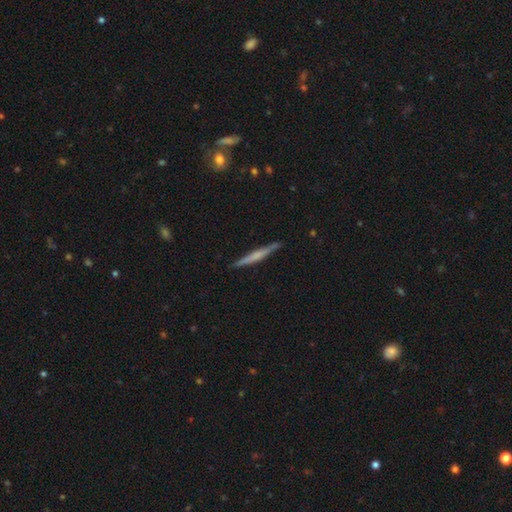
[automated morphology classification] Smooth or featured: featured or disk — 56% (smooth — 38%)
Edge-on disk: yes — 97% (no — 3%)
Edge-on bulge: none — 47% (rounded — 36%)
Merging: none — 89% (minor disturbance — 8%)